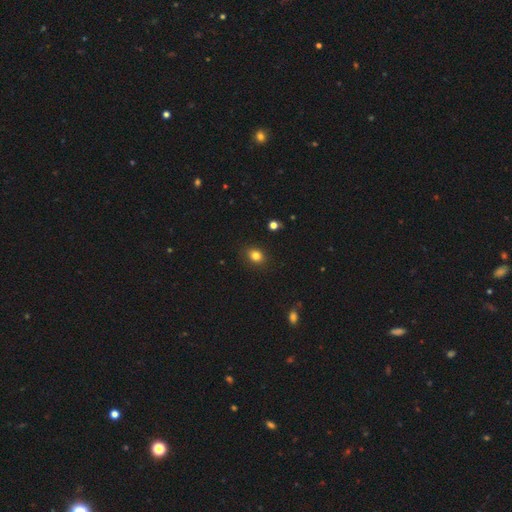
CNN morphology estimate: type=smooth (82%); roundness=round (52%); merging=none (87%).